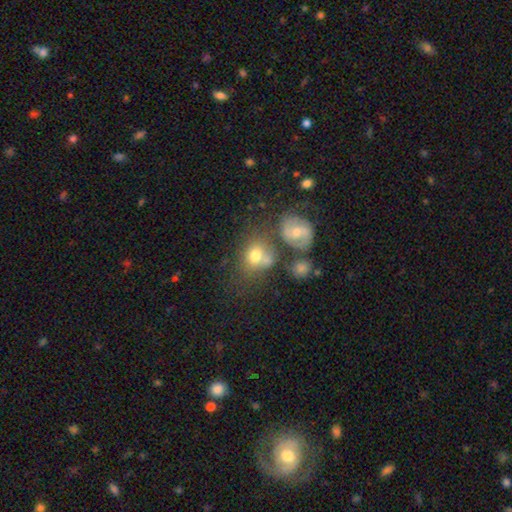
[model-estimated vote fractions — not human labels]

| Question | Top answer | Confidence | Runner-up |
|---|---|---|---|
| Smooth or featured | smooth | 64% | featured or disk (24%) |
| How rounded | round | 63% | in between (36%) |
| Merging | none | 51% | merger (25%) |